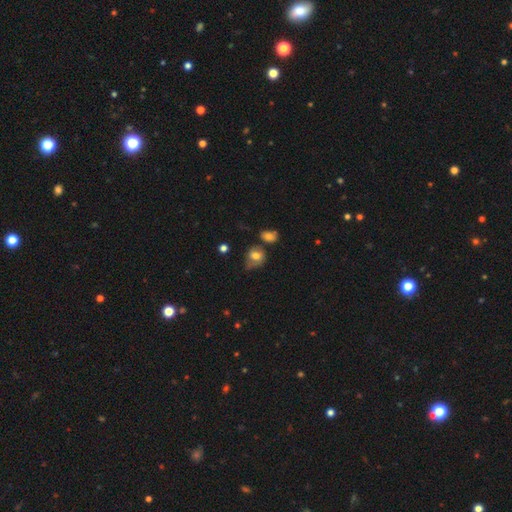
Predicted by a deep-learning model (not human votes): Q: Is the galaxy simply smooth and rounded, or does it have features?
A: smooth — 72%.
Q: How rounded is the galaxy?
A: round — 58%.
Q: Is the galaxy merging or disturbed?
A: none — 37%.